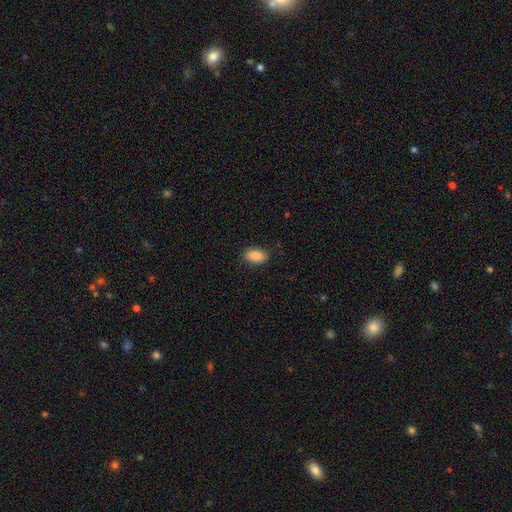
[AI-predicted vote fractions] Q: Smooth or featured?
A: smooth (88%); runner-up: star or artifact (7%)
Q: How rounded?
A: in between (91%); runner-up: round (7%)
Q: Merging?
A: none (88%); runner-up: minor disturbance (9%)